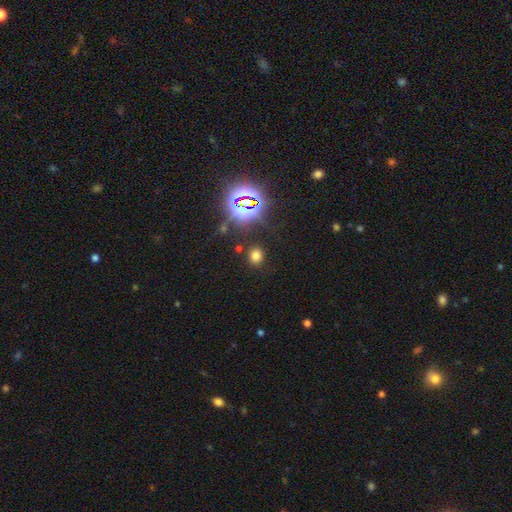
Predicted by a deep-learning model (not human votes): Morphology: type=smooth (67%); roundness=round (75%); merging=none (86%).